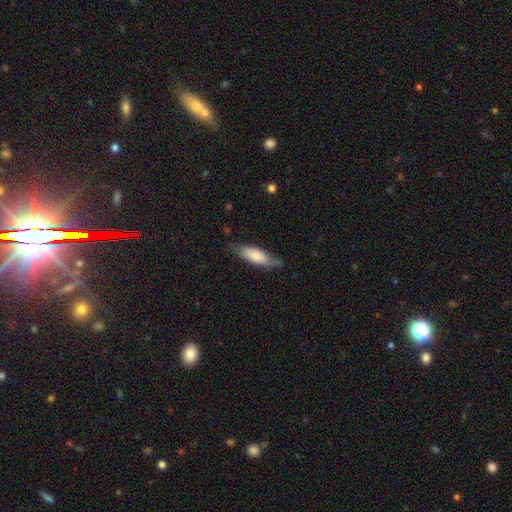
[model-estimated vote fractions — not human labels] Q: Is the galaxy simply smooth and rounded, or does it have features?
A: smooth — 73%.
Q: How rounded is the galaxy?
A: in between — 55%.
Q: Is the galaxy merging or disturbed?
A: none — 69%.